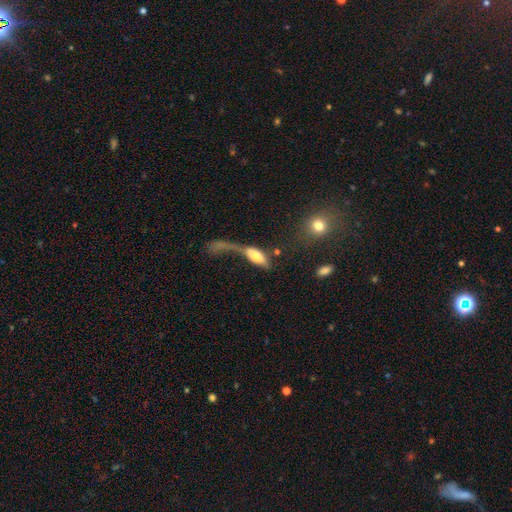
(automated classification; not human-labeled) Overall: smooth (63%; featured or disk 29%). How rounded: in between (79%). Merging: major disturbance (47%; merger 24%).